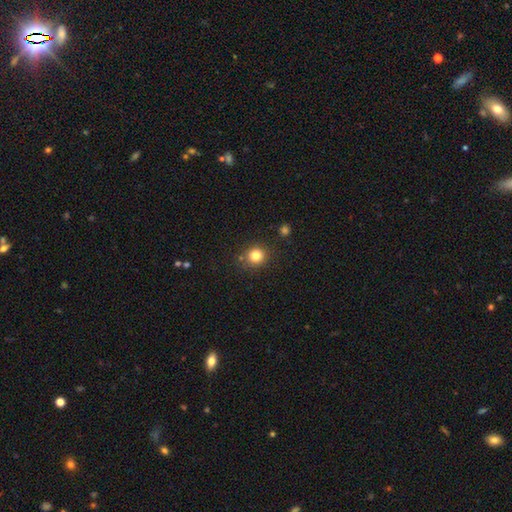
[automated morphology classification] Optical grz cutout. It shows a smooth galaxy with no disk features (82%) that is round (89%). Merging: none (85%).